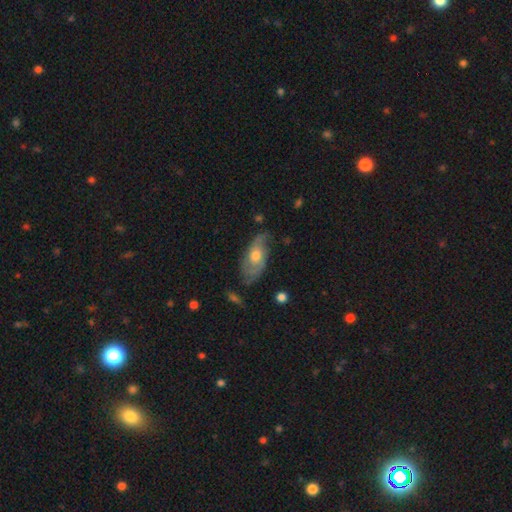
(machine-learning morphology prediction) A featured or disk galaxy (67%) with no bar (78%), spiral arms (83%) and a moderate central bulge (71%).

Vote fractions:
- Smooth or featured? featured or disk: 67% / smooth: 26% / star or artifact: 7%
- Edge-on disk? no: 89% / yes: 11%
- Bar? no: 78% / weak: 19% / strong: 3%
- Spiral arms? yes: 83% / no: 17%
- Bulge size? moderate: 71% / small: 17% / large: 9% / none: 1% / dominant: 1%
- Merging? none: 60% / minor disturbance: 27% / major disturbance: 10% / merger: 2%